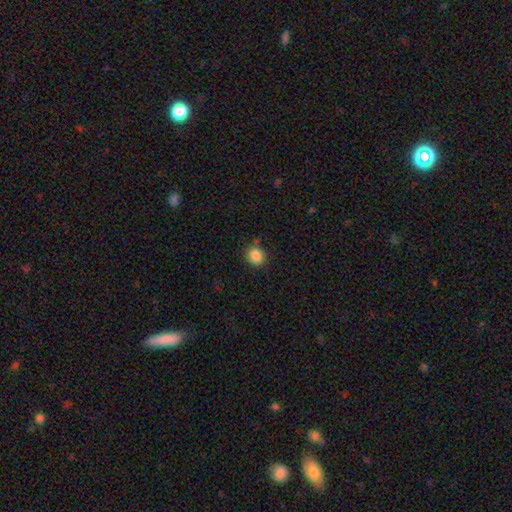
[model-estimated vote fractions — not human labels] smooth 87%, star or artifact 10%, featured or disk 3%. Down the decision tree: how rounded — round (85%); merging — none (82%).